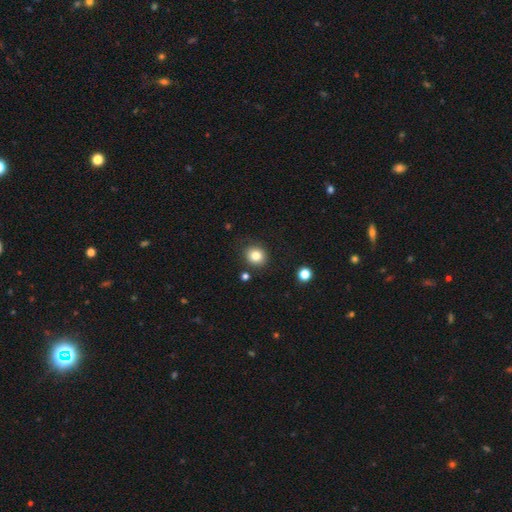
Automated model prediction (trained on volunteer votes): Q: Smooth or featured?
A: smooth (83%); runner-up: star or artifact (11%)
Q: How rounded?
A: round (80%); runner-up: in between (19%)
Q: Merging?
A: none (85%); runner-up: minor disturbance (9%)